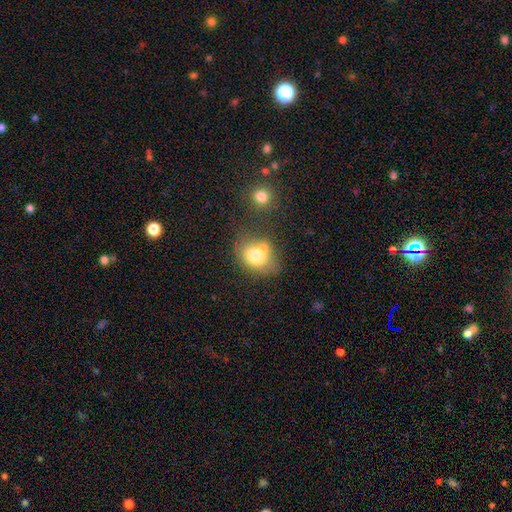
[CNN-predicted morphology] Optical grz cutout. It shows a smooth galaxy with no disk features (73%) that is in between round and cigar-shaped (53%). Merging: none (42%).